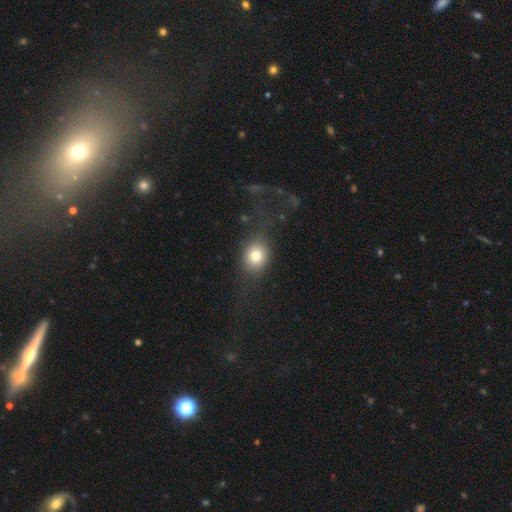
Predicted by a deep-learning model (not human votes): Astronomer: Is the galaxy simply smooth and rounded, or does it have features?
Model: smooth — 77%.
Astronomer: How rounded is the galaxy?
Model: round — 56% (runner-up: in between, 42%).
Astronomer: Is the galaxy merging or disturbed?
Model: none — 60%.